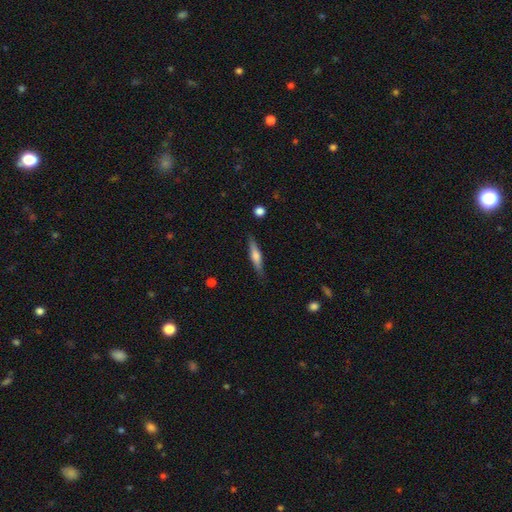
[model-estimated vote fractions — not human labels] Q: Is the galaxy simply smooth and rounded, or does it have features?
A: smooth — 47%, tied with featured or disk.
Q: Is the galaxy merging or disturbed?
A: none — 87%.